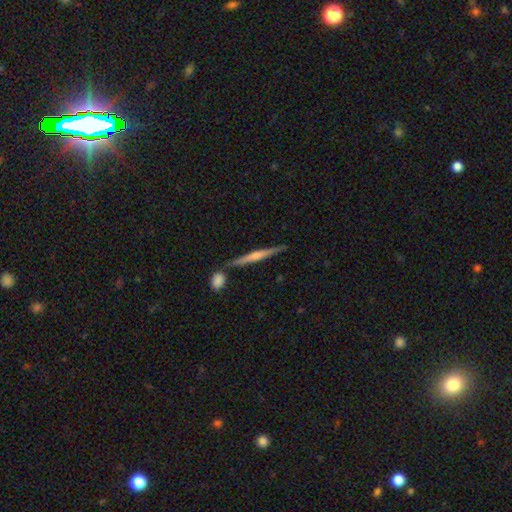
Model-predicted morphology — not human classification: A featured or disk galaxy (69%) viewed edge-on (98%) with a rounded central bulge (66%). Merging: none (83%).